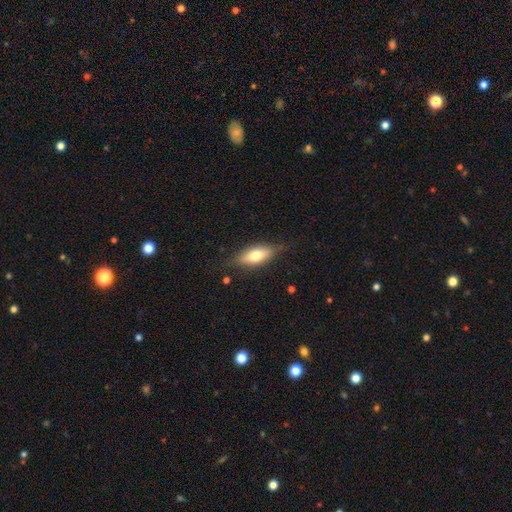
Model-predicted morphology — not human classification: A smooth galaxy with no disk features (66%) that is in between round and cigar-shaped (74%).

Vote fractions:
- Smooth or featured? smooth: 66% / featured or disk: 27% / star or artifact: 7%
- How rounded? in between: 74% / cigar-shaped: 23% / round: 3%
- Merging? none: 77% / minor disturbance: 17% / major disturbance: 4% / merger: 1%